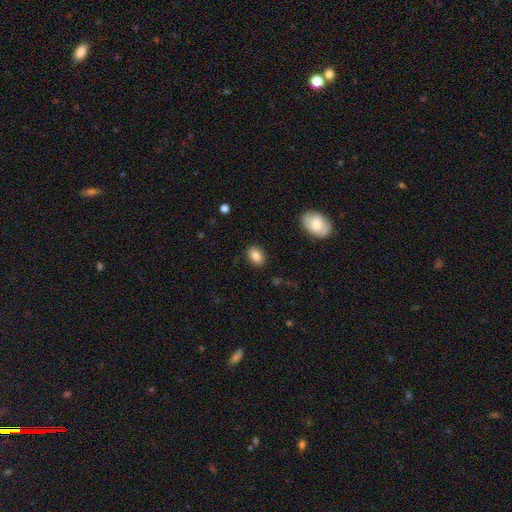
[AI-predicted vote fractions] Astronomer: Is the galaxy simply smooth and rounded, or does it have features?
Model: smooth — 84%.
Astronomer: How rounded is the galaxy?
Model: in between — 80%.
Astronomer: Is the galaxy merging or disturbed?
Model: none — 88%.